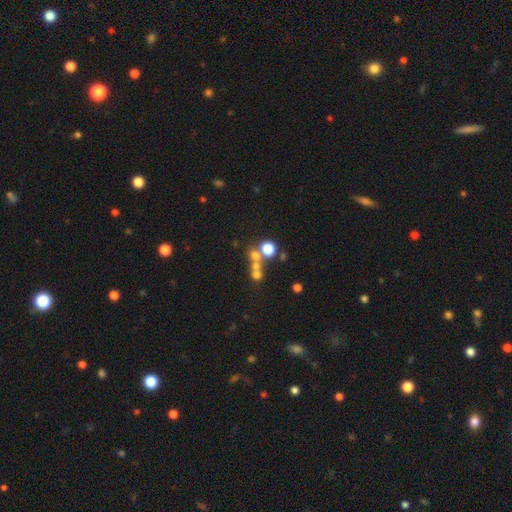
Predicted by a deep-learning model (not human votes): Smooth or featured? Predicted: smooth (p=0.58). How rounded? Predicted: round (p=0.82). Merging? Predicted: none (p=0.45).